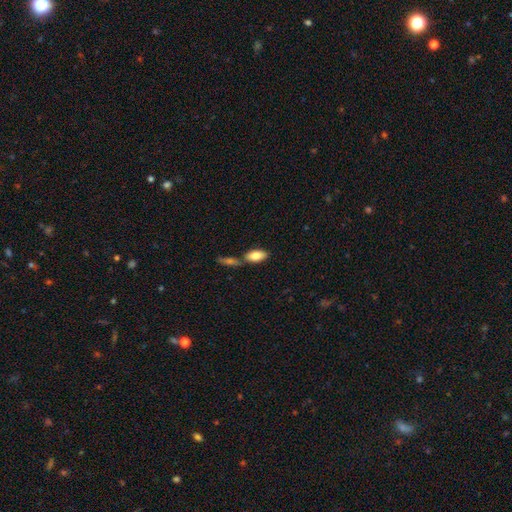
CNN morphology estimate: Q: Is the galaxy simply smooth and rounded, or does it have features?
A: smooth — 82%.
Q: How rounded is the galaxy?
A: in between — 90%.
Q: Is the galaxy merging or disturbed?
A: none — 54%.